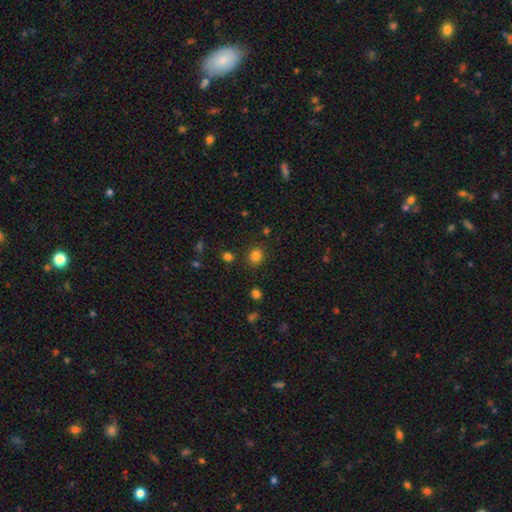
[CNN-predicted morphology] Smooth or featured? Predicted: smooth (p=0.82). How rounded? Predicted: round (p=0.71). Merging? Predicted: none (p=0.84).